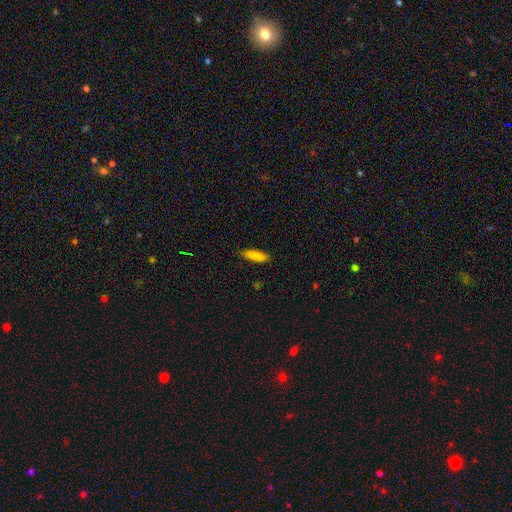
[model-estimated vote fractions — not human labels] Morphology: type=smooth (87%); roundness=cigar-shaped (67%); merging=none (87%).